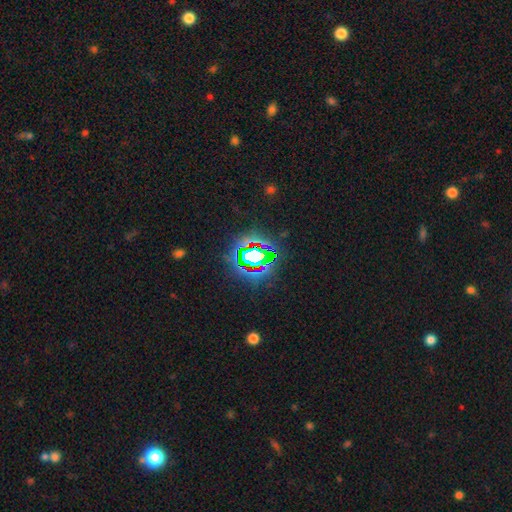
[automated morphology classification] star or artifact 69%, smooth 16%, featured or disk 15%.